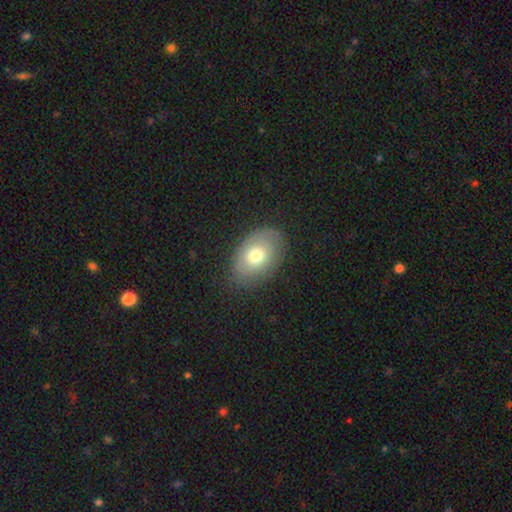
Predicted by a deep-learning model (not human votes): Morphology: type=smooth (69%); roundness=in between (81%); merging=none (77%).